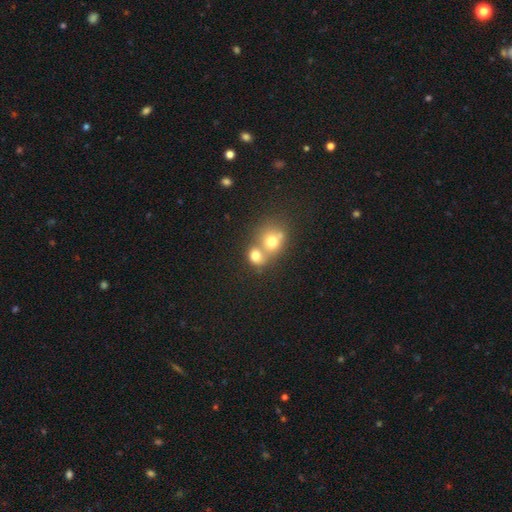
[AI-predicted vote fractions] A smooth galaxy with no disk features (74%) that is round (67%). Merging: merger (60%).